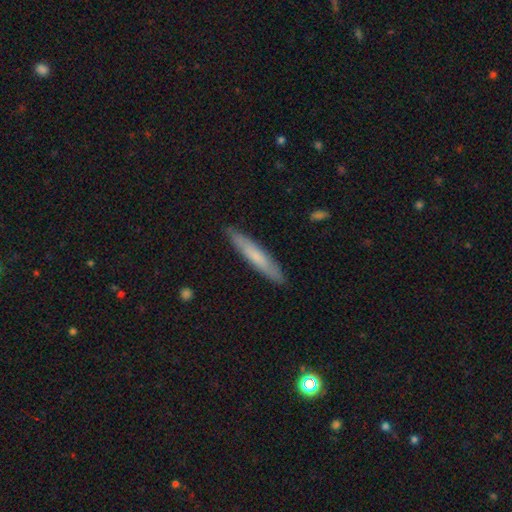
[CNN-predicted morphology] Smooth or featured? smooth (65%)
How rounded? cigar-shaped (93%)
Merging? none (88%)